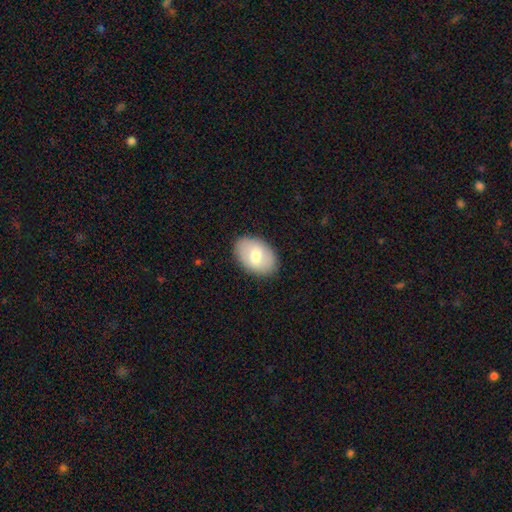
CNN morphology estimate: Smooth or featured?
  - smooth: 66% *
  - featured or disk: 27%
  - star or artifact: 6%
How rounded?
  - in between: 87% *
  - round: 11%
  - cigar-shaped: 1%
Merging?
  - none: 87% *
  - minor disturbance: 10%
  - major disturbance: 3%
  - merger: 1%